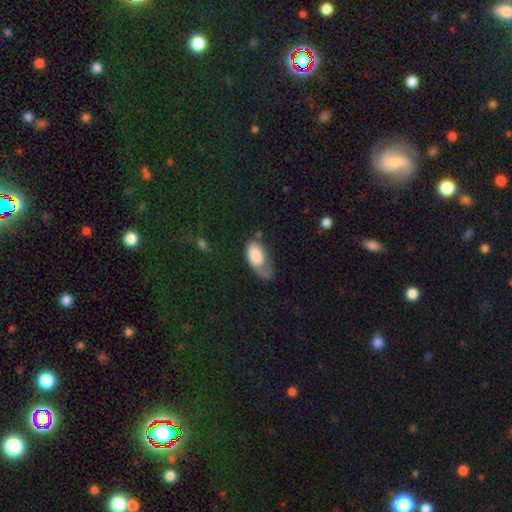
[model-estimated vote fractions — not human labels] This appears to be a smooth galaxy with no disk features (73%) that is in between round and cigar-shaped (94%). Merging: major disturbance (36%).